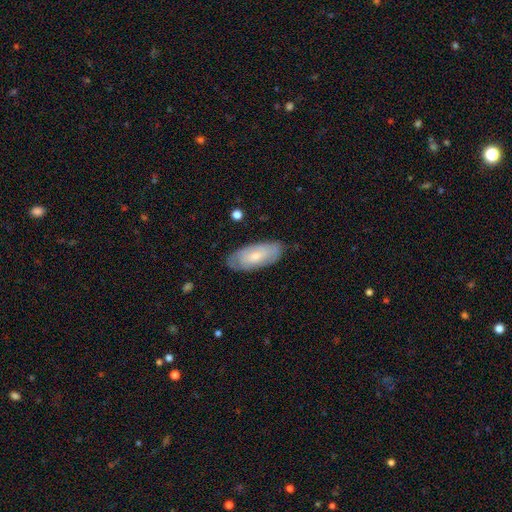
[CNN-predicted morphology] Overall: smooth (52%; featured or disk 41%). How rounded: in between (85%). Merging: none (78%).